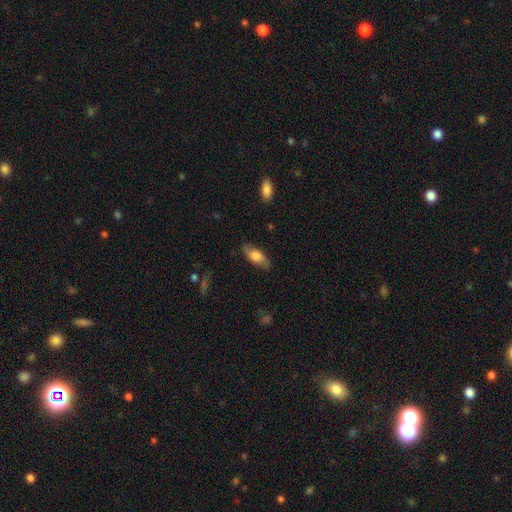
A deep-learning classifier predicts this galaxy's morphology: Smooth or featured? smooth (67%)
How rounded? in between (82%)
Merging? none (79%)